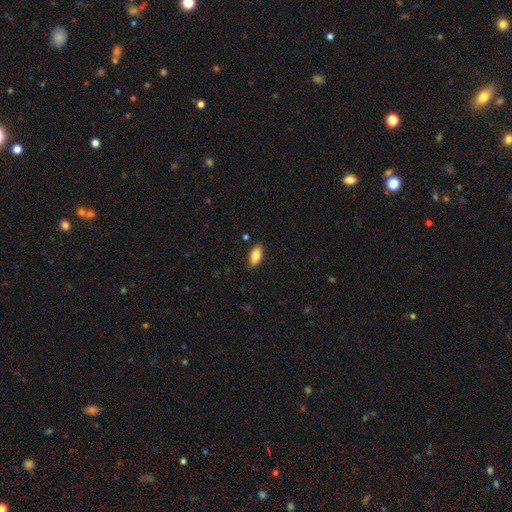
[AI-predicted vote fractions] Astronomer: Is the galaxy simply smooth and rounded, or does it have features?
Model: smooth — 83%.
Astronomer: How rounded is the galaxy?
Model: in between — 90%.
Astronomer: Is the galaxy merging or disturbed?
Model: none — 88%.